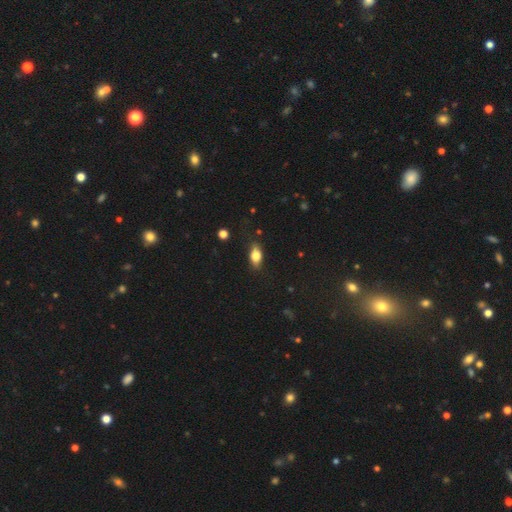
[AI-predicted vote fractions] A smooth galaxy with no disk features (77%) that is in between round and cigar-shaped (82%). Merging: none (76%).